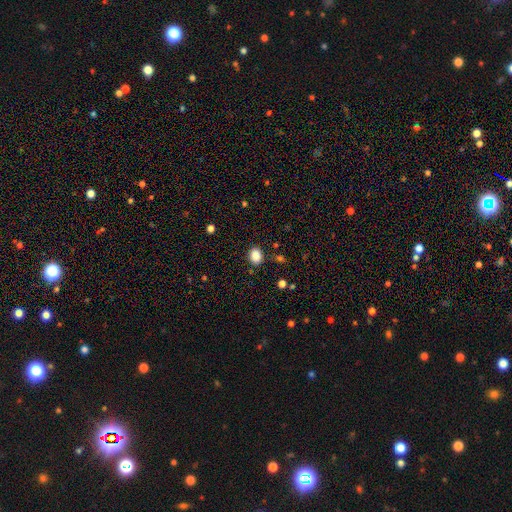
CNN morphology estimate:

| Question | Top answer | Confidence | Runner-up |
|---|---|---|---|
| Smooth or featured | smooth | 87% | star or artifact (10%) |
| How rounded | in between | 55% | round (45%) |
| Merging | none | 85% | minor disturbance (10%) |